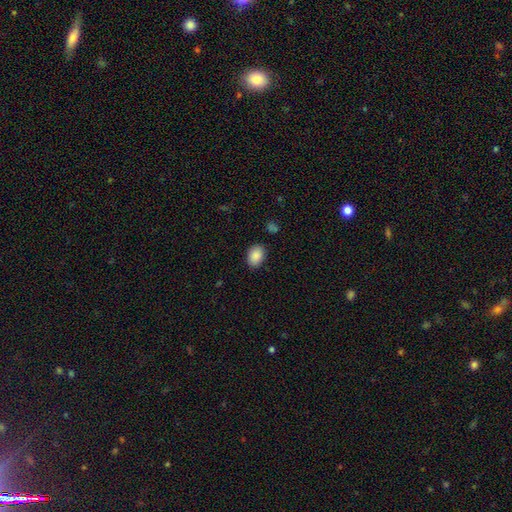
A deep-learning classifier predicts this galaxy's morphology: smooth_or_featured: smooth (p=0.89) [alt: star or artifact p=0.07]
how_rounded: in between (p=0.79) [alt: round p=0.20]
merging: none (p=0.86) [alt: minor disturbance p=0.10]